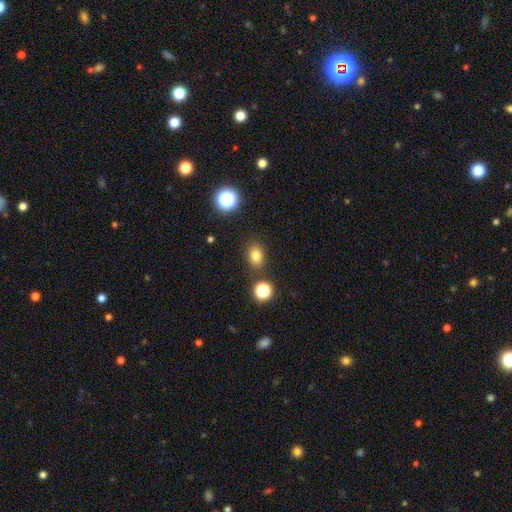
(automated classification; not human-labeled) Q: Smooth or featured?
A: smooth (79%); runner-up: star or artifact (14%)
Q: How rounded?
A: in between (60%); runner-up: round (39%)
Q: Merging?
A: none (82%); runner-up: minor disturbance (10%)